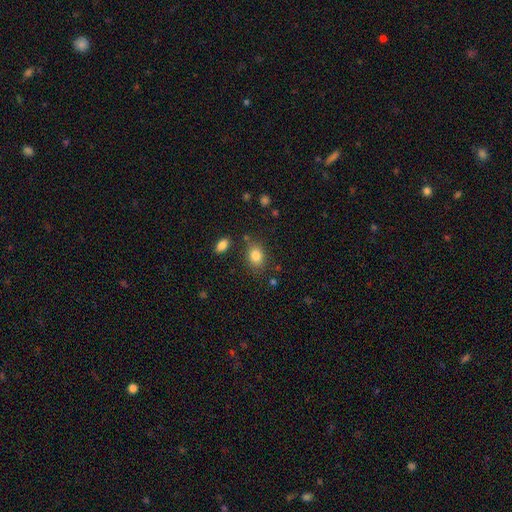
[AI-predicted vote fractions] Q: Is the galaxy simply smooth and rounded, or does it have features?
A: smooth — 83%.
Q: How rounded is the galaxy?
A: in between — 69%.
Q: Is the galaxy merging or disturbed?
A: none — 78%.